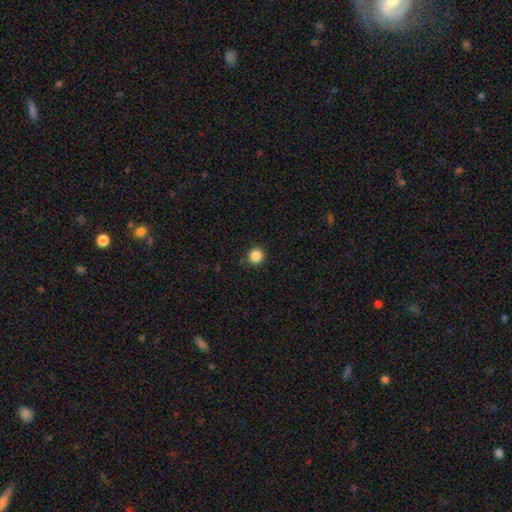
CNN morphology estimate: The model was most divided on "smooth or featured": smooth: 87%, star or artifact: 11%, featured or disk: 3%. More confident: how rounded — round (95%); merging — none (90%).